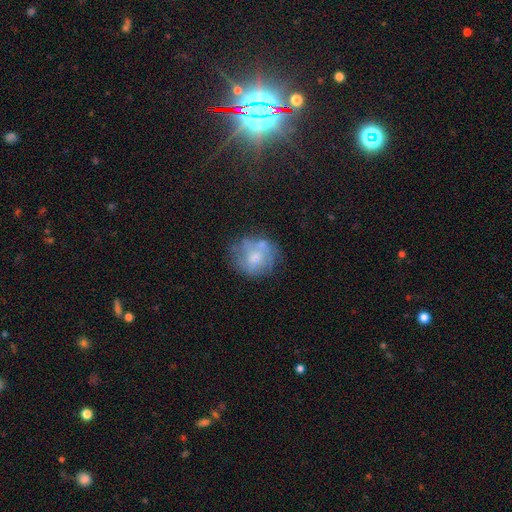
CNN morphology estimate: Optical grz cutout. It shows a smooth galaxy with no disk features (46%). Merging: none (52%).